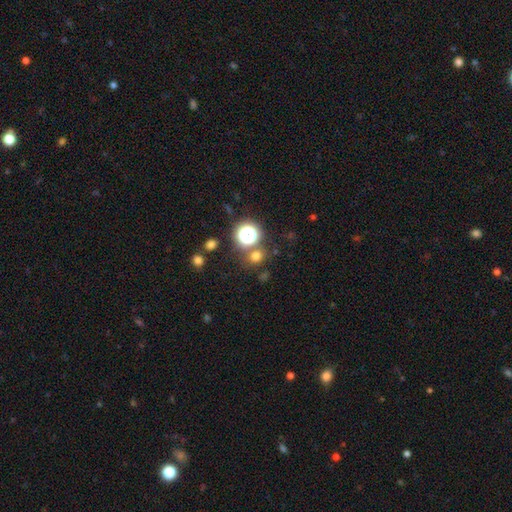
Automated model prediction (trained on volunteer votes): A smooth galaxy with no disk features (67%) that is round (82%). Merging: none (76%).